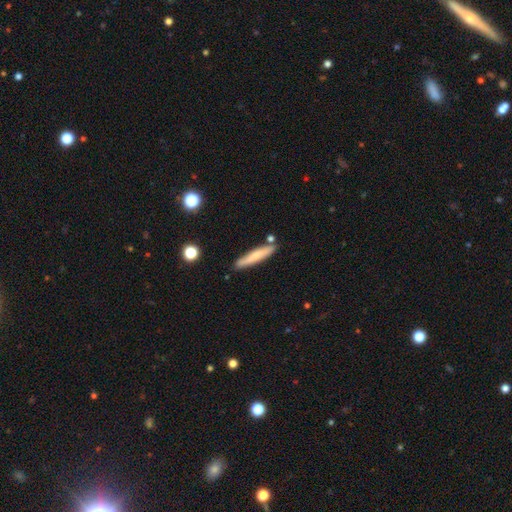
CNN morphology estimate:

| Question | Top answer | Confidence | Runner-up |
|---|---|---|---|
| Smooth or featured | smooth | 66% | featured or disk (28%) |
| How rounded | cigar-shaped | 91% | in between (7%) |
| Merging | none | 81% | minor disturbance (12%) |